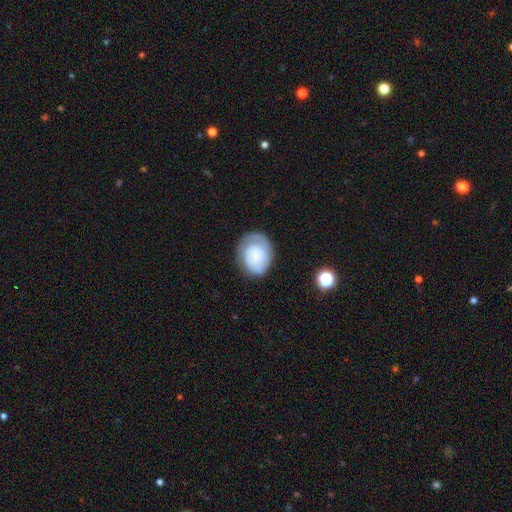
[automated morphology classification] Smooth or featured? smooth (49%)
Merging? none (63%)